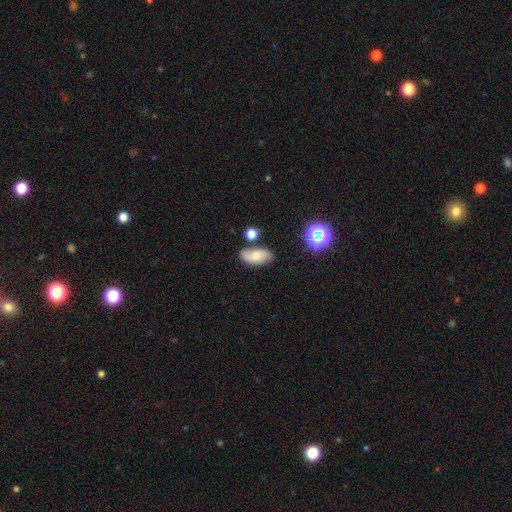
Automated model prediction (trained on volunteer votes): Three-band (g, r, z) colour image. It shows a smooth galaxy with no disk features (64%) that is in between round and cigar-shaped (89%). Merging: none (70%).